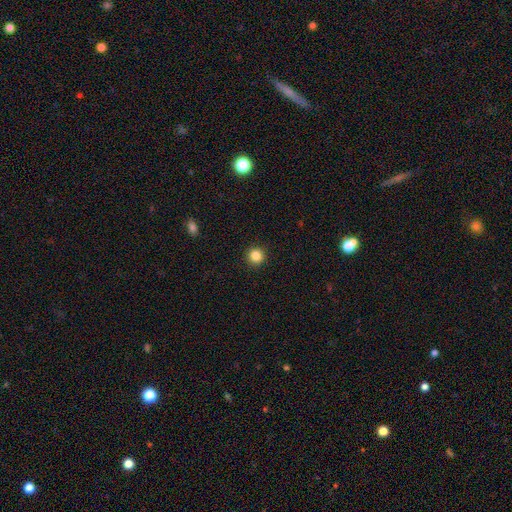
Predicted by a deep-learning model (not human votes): smooth_or_featured: smooth (p=0.85) [alt: star or artifact p=0.11]
how_rounded: round (p=0.94) [alt: in between p=0.05]
merging: none (p=0.92) [alt: minor disturbance p=0.05]